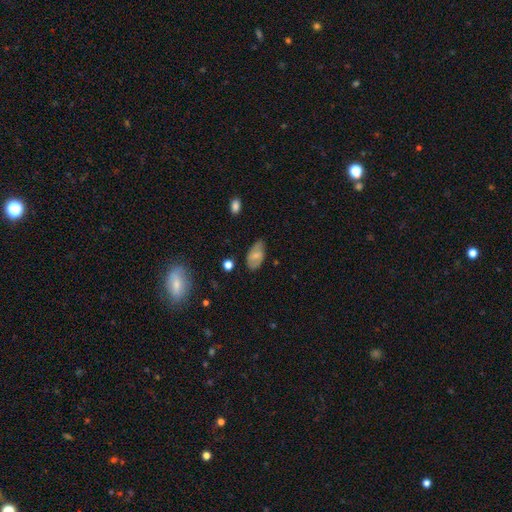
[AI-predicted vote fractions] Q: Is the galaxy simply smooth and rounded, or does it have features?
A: smooth — 62%.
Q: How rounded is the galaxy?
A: in between — 92%.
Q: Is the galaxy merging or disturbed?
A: none — 70%.